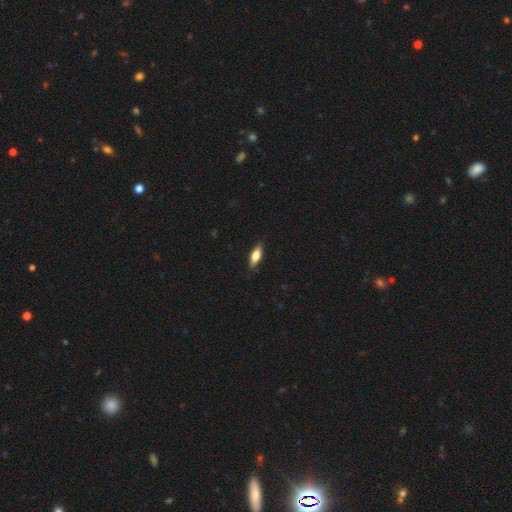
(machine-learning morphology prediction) smooth 69%, featured or disk 24%, star or artifact 6%. Down the decision tree: how rounded — in between (63%); merging — none (85%).